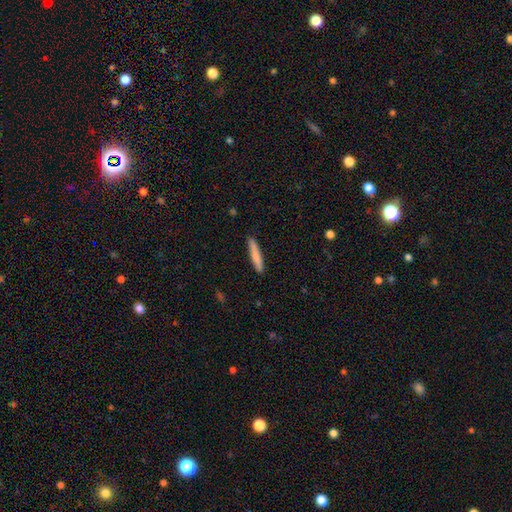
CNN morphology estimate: type=smooth (80%); roundness=cigar-shaped (93%); merging=none (90%).